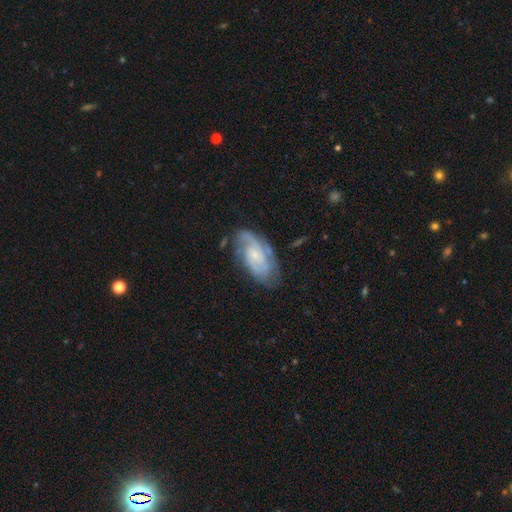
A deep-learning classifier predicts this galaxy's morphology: Q: Smooth or featured?
A: featured or disk (81%); runner-up: smooth (14%)
Q: Edge-on disk?
A: no (96%); runner-up: yes (4%)
Q: Bar?
A: no (62%); runner-up: weak (32%)
Q: Spiral arms?
A: yes (95%); runner-up: no (5%)
Q: Spiral winding?
A: tight (51%); runner-up: medium (38%)
Q: Spiral arm count?
A: 2 (52%); runner-up: can't tell (22%)
Q: Bulge size?
A: small (69%); runner-up: moderate (21%)
Q: Merging?
A: none (65%); runner-up: minor disturbance (23%)